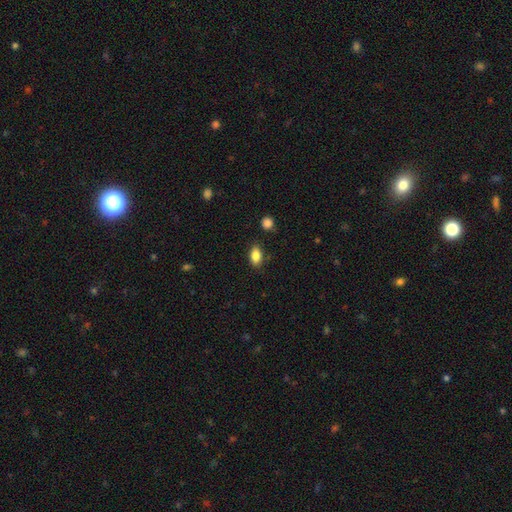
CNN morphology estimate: The model was most divided on "merging": none: 84%, minor disturbance: 11%, major disturbance: 3%, merger: 2%. More confident: how rounded — in between (88%); smooth or featured — smooth (86%).